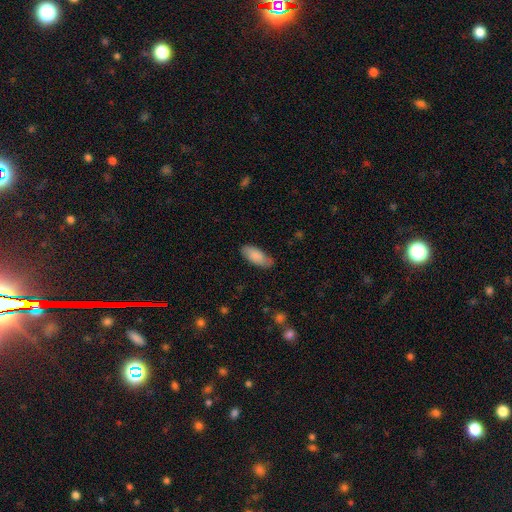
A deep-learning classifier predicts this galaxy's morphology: Smooth or featured? smooth (84%)
How rounded? in between (86%)
Merging? none (74%)